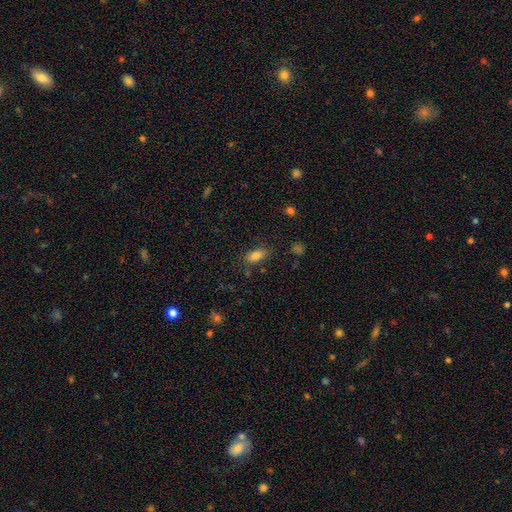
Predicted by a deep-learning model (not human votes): This is clearly a smooth galaxy (83%). How rounded: clearly in between (89%). Merging: likely none (79%).